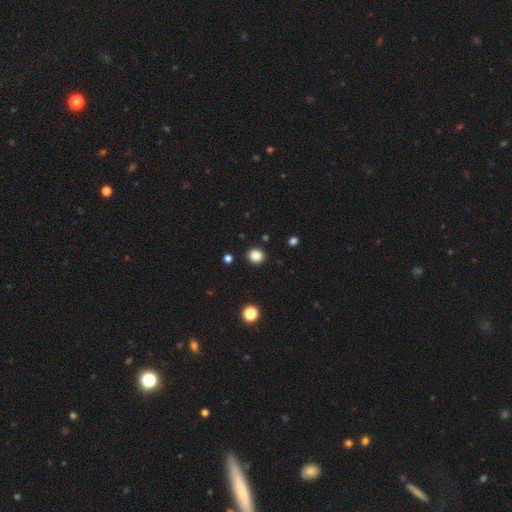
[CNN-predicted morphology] type=smooth (86%); roundness=round (87%); merging=none (91%).